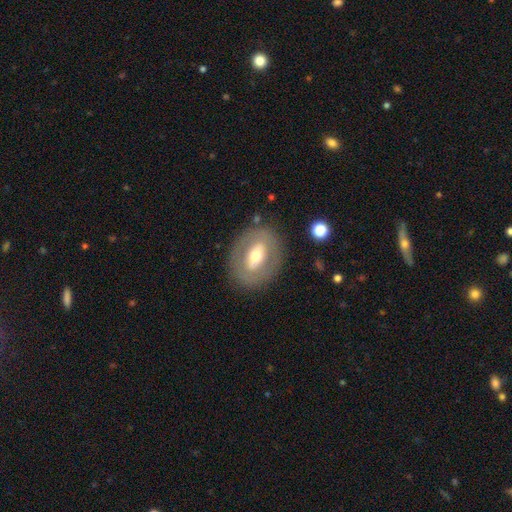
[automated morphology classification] type=featured or disk (55%); edge-on=no (90%); merging=none (81%).